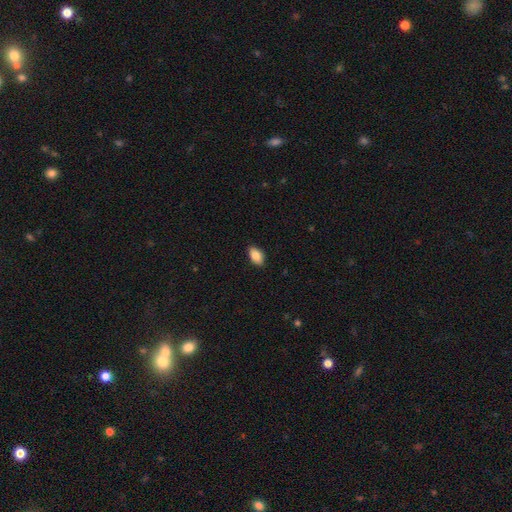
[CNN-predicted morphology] smooth-or-featured: smooth: 86% | star or artifact: 7% | featured or disk: 7%
  how-rounded: in between: 93% | round: 5% | cigar-shaped: 2%
  merging: none: 89% | minor disturbance: 8% | major disturbance: 2% | merger: 1%